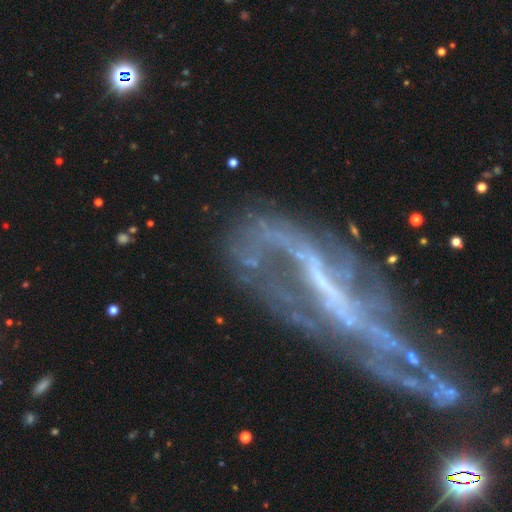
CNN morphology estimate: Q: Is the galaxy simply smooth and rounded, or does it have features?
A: featured or disk — 77%.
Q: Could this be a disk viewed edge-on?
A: no — 90%.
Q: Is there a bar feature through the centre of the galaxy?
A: strong — 51%.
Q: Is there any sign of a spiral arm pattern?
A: yes — 59%.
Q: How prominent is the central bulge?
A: none — 53%.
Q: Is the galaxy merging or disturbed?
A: none — 44%.